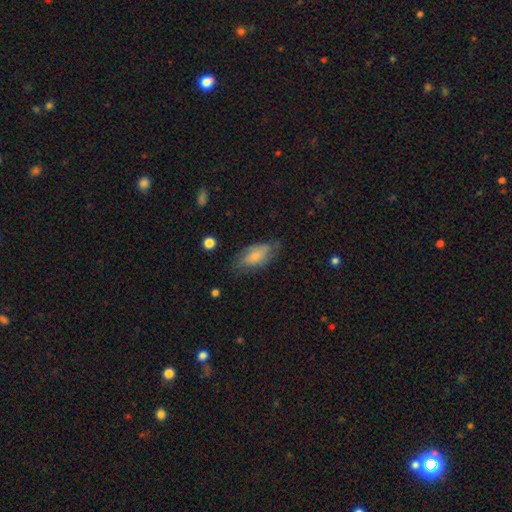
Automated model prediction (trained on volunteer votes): This is likely a smooth galaxy (68%). How rounded: clearly in between (89%). Merging: likely none (65%).